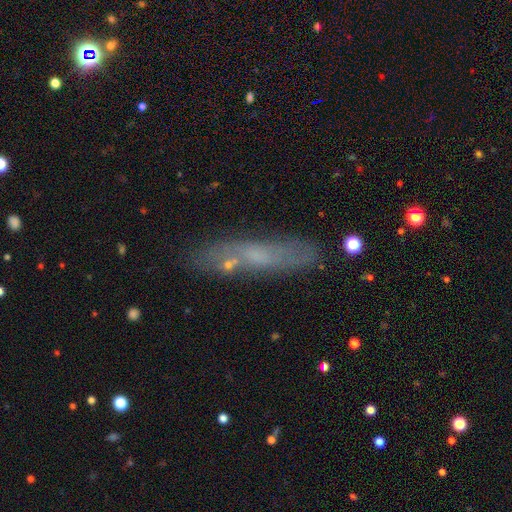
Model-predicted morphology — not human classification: A smooth galaxy with no disk features (47%).

Vote fractions:
- Smooth or featured? smooth: 47% / featured or disk: 39% / star or artifact: 14%
- Merging? none: 76% / minor disturbance: 15% / merger: 5% / major disturbance: 4%